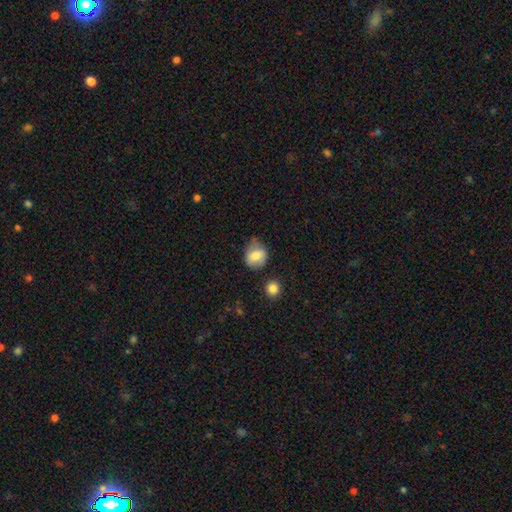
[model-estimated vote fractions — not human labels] A smooth galaxy with no disk features (74%) that is round (66%).

Vote fractions:
- Smooth or featured? smooth: 74% / featured or disk: 17% / star or artifact: 8%
- How rounded? round: 66% / in between: 33% / cigar-shaped: 1%
- Merging? none: 56% / minor disturbance: 32% / major disturbance: 8% / merger: 5%